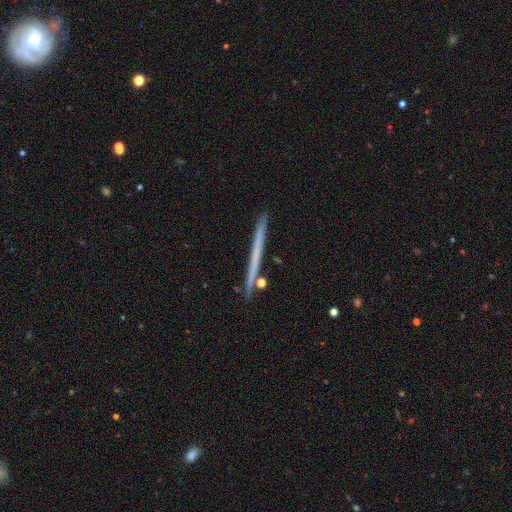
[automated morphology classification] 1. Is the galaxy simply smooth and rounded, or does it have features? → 48% featured or disk, 46% smooth, 7% star or artifact.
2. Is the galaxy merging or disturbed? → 90% none, 7% minor disturbance, 2% merger, 1% major disturbance.